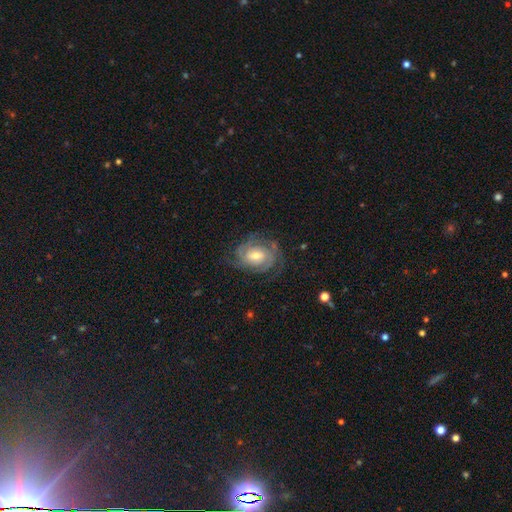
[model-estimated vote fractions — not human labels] Q: Smooth or featured?
A: featured or disk (84%); runner-up: smooth (10%)
Q: Edge-on disk?
A: no (97%); runner-up: yes (3%)
Q: Bar?
A: weak (46%); runner-up: no (42%)
Q: Spiral arms?
A: yes (96%); runner-up: no (4%)
Q: Spiral winding?
A: tight (67%); runner-up: medium (27%)
Q: Spiral arm count?
A: 2 (28%); runner-up: can't tell (27%)
Q: Bulge size?
A: moderate (59%); runner-up: small (31%)
Q: Merging?
A: none (72%); runner-up: minor disturbance (18%)